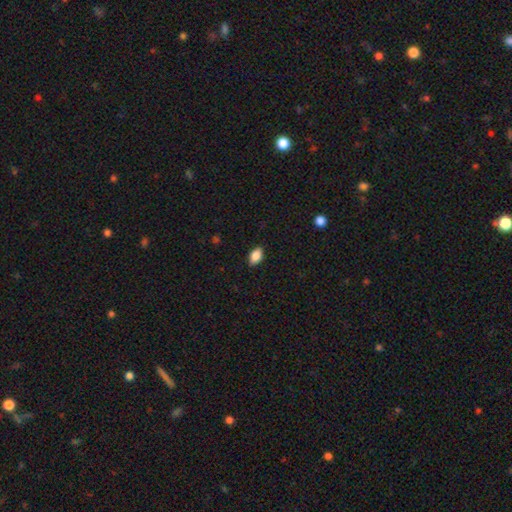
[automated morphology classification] smooth_or_featured: smooth (p=0.87) [alt: star or artifact p=0.08]
how_rounded: in between (p=0.90) [alt: round p=0.08]
merging: none (p=0.86) [alt: minor disturbance p=0.11]